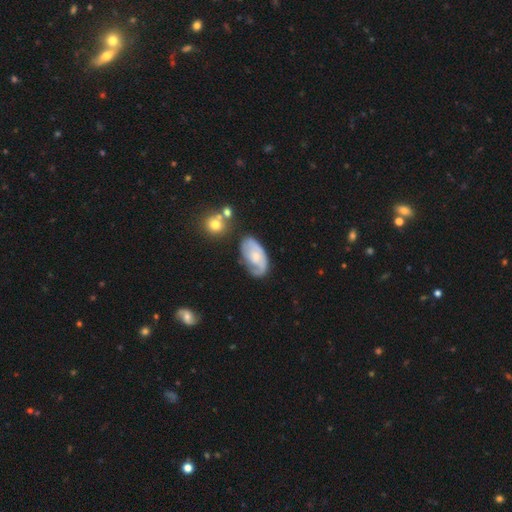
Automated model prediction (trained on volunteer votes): smooth-or-featured: featured or disk: 59% | smooth: 35% | star or artifact: 6%
  disk-edge-on: no: 94% | yes: 6%
    bar: no: 74% | weak: 22% | strong: 3%
    has-spiral-arms: yes: 75% | no: 25%
    bulge-size: small: 45% | moderate: 42% | none: 7% | large: 5% | dominant: 1%
  merging: none: 54% | minor disturbance: 28% | major disturbance: 13% | merger: 5%